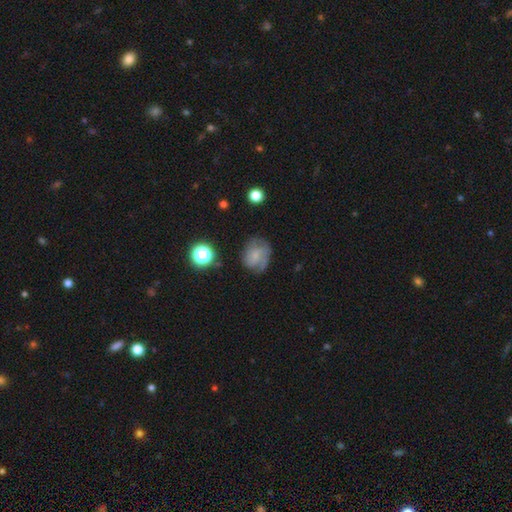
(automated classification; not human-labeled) This appears to be a smooth galaxy with no disk features (49%). Merging: none (52%).